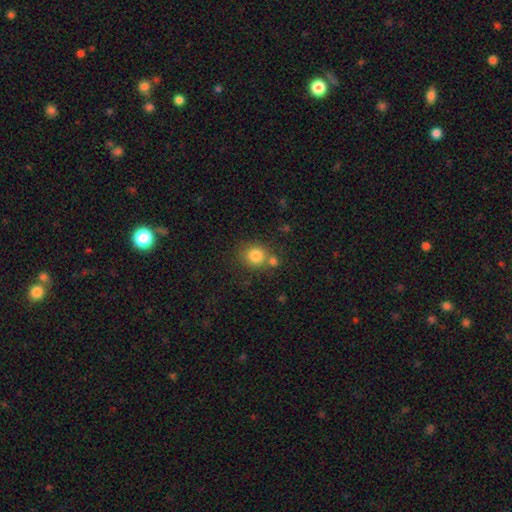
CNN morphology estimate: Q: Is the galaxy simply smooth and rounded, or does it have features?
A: smooth — 82%.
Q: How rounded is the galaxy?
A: round — 84%.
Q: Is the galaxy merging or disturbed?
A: none — 64%.